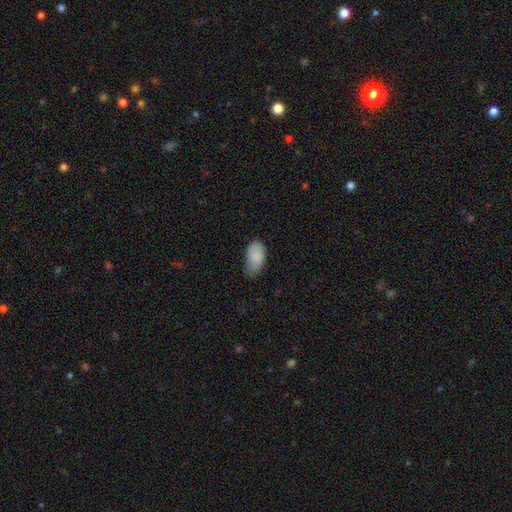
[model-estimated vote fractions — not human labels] Morphology: type=smooth (84%); roundness=in between (94%); merging=none (43%, tied with minor disturbance).